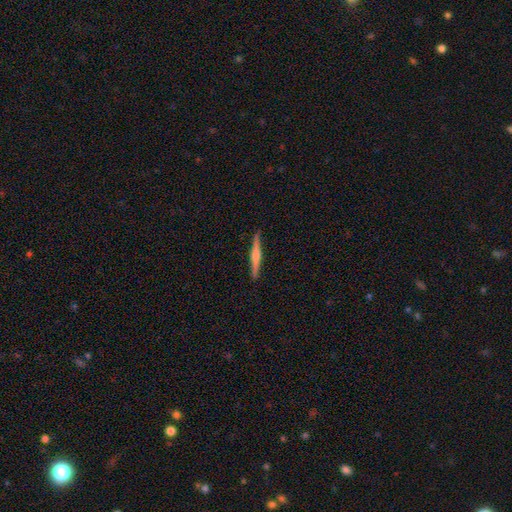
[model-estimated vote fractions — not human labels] Smooth or featured? featured or disk (59%)
Edge-on disk? yes (98%)
Edge-on bulge? rounded (60%)
Merging? none (90%)